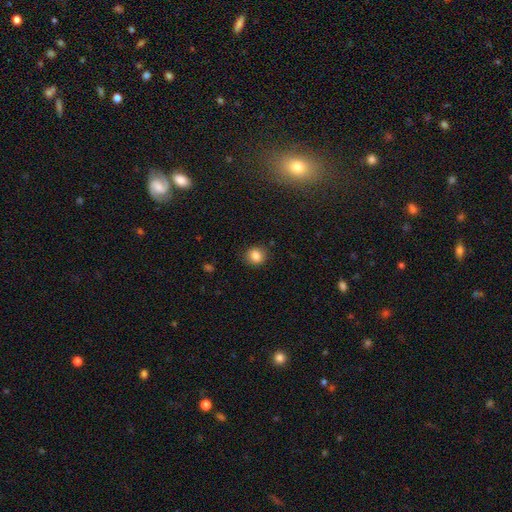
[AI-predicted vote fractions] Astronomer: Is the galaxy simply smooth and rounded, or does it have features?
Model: smooth — 83%.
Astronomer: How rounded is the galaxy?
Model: round — 76%.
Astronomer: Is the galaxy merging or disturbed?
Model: none — 86%.